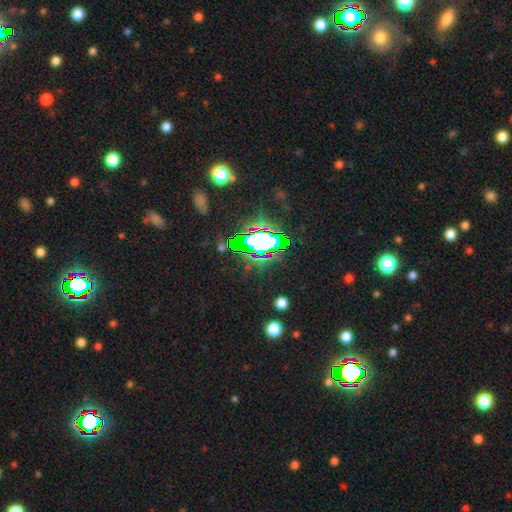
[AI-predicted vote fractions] smooth_or_featured: star or artifact (p=0.81) [alt: smooth p=0.10]